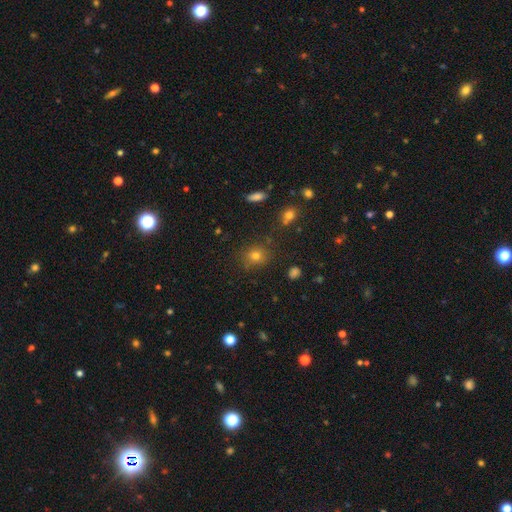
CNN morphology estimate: Smooth or featured? smooth (74%)
How rounded? round (76%)
Merging? none (82%)